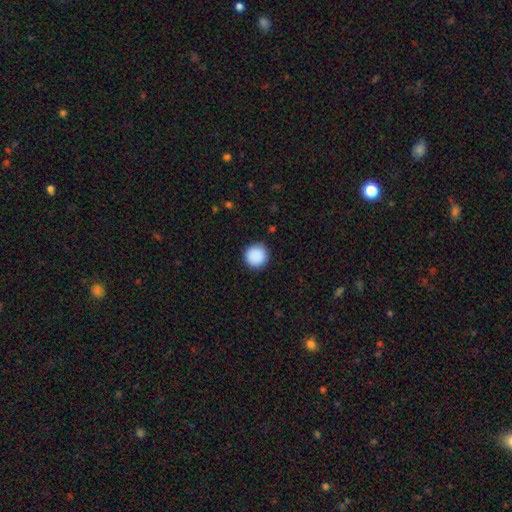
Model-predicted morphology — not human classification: A smooth galaxy with no disk features (90%) that is round (95%).

Vote fractions:
- Smooth or featured? smooth: 90% / star or artifact: 8% / featured or disk: 2%
- How rounded? round: 95% / in between: 4% / cigar-shaped: 1%
- Merging? none: 90% / minor disturbance: 7% / major disturbance: 2% / merger: 1%